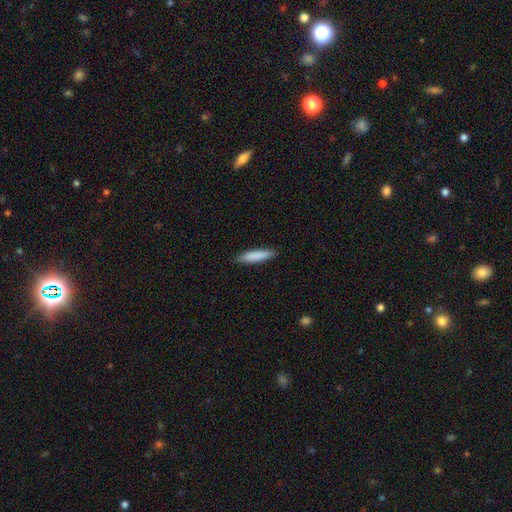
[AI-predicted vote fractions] This appears to be a smooth galaxy with no disk features (85%) that is cigar-shaped (85%). Merging: none (90%).